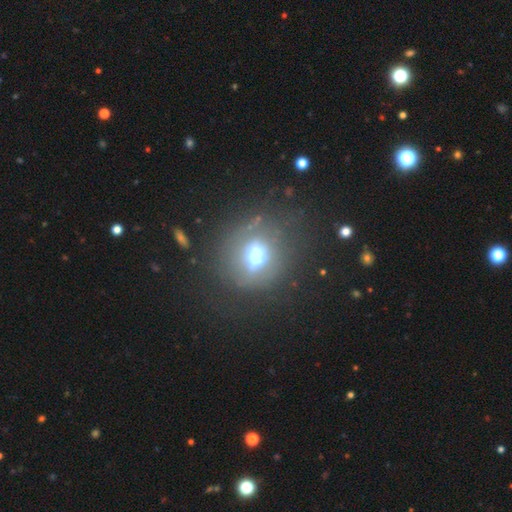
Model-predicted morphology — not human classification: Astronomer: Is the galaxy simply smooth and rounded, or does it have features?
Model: smooth — 47% (runner-up: featured or disk, 31%).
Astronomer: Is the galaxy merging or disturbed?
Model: none — 61%.